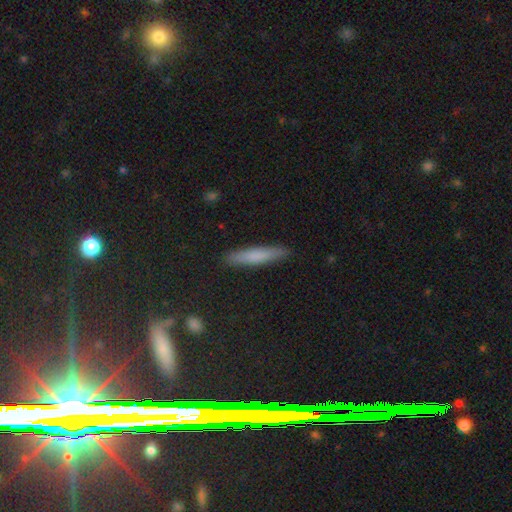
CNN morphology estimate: This is likely a smooth galaxy (72%). How rounded: clearly cigar-shaped (90%). Merging: clearly none (89%).